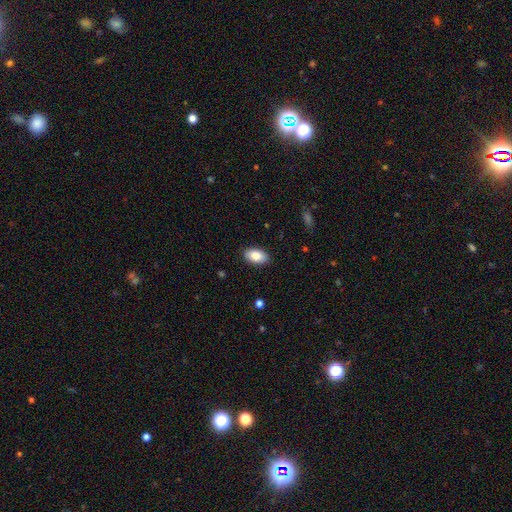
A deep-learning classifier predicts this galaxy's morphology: Smooth or featured? smooth (86%)
How rounded? in between (94%)
Merging? none (88%)